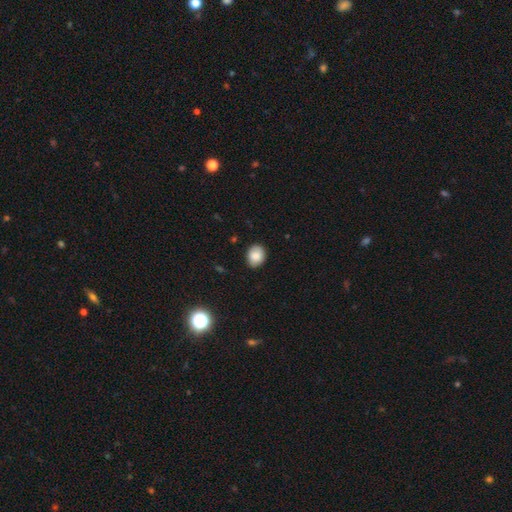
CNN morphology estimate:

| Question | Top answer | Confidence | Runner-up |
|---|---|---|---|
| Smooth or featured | smooth | 85% | star or artifact (8%) |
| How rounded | in between | 54% | round (45%) |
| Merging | none | 86% | minor disturbance (11%) |